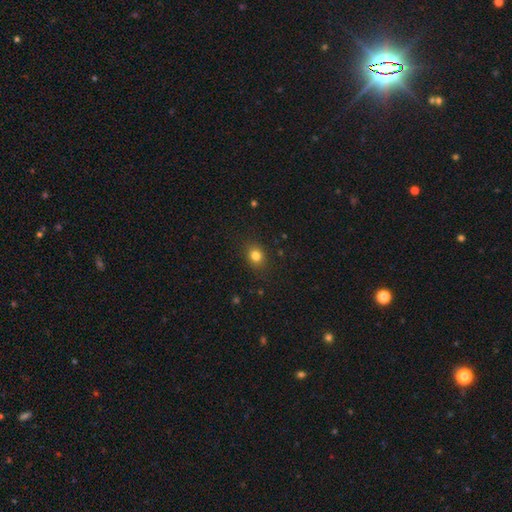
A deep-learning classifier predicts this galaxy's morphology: type=smooth (81%); roundness=round (58%); merging=none (87%).